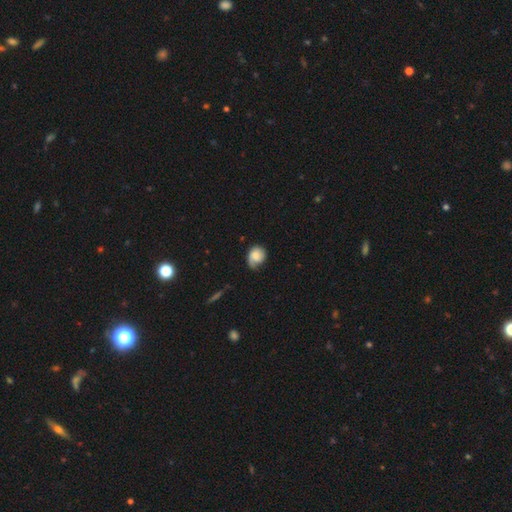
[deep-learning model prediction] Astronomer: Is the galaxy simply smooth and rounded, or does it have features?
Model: smooth — 59%.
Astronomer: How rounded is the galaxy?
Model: round — 60% (runner-up: in between, 39%).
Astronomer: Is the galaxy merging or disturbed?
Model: none — 49% (runner-up: minor disturbance, 35%).